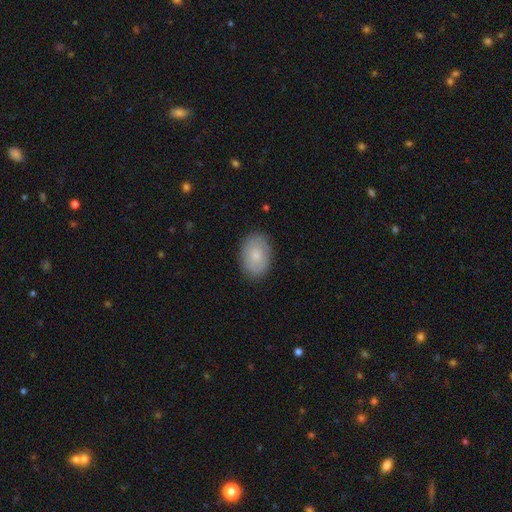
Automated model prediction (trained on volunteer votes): Smooth or featured?
  - smooth: 75% *
  - featured or disk: 19%
  - star or artifact: 7%
How rounded?
  - in between: 83% *
  - round: 16%
  - cigar-shaped: 1%
Merging?
  - none: 85% *
  - minor disturbance: 11%
  - major disturbance: 3%
  - merger: 1%